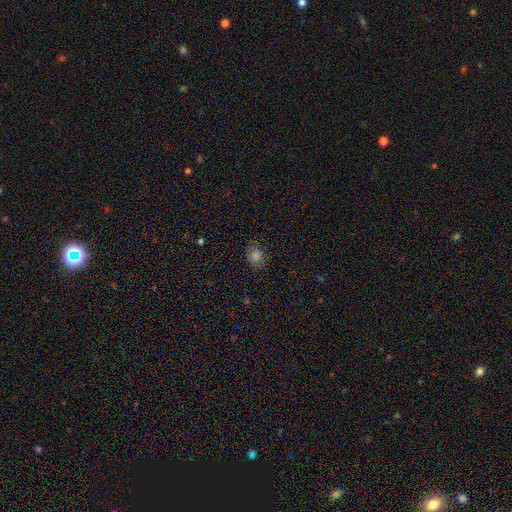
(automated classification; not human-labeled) Smooth or featured?
  - smooth: 75% *
  - star or artifact: 17%
  - featured or disk: 8%
How rounded?
  - round: 53% *
  - in between: 46%
  - cigar-shaped: 1%
Merging?
  - none: 83% *
  - minor disturbance: 13%
  - major disturbance: 3%
  - merger: 1%